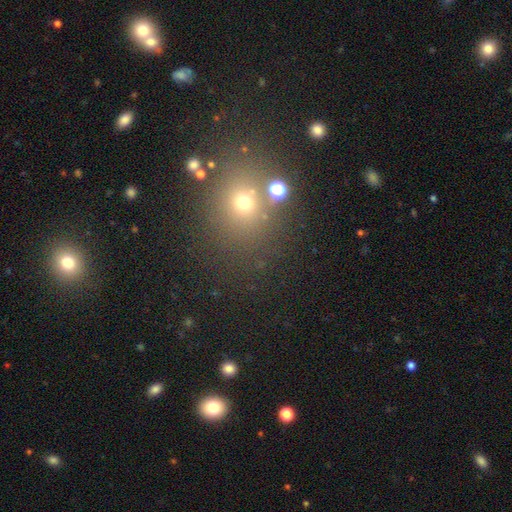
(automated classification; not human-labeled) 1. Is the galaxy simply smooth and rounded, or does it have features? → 52% smooth, 38% star or artifact, 10% featured or disk.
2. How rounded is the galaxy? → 74% round, 25% in between, 1% cigar-shaped.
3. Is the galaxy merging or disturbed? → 79% none, 9% minor disturbance, 8% merger, 4% major disturbance.